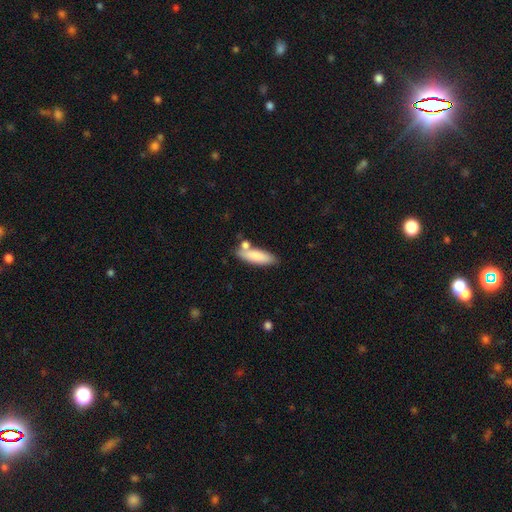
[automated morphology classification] smooth-or-featured: smooth: 83% | featured or disk: 11% | star or artifact: 6%
  how-rounded: in between: 50% | cigar-shaped: 48% | round: 2%
  merging: none: 65% | merger: 16% | minor disturbance: 15% | major disturbance: 4%